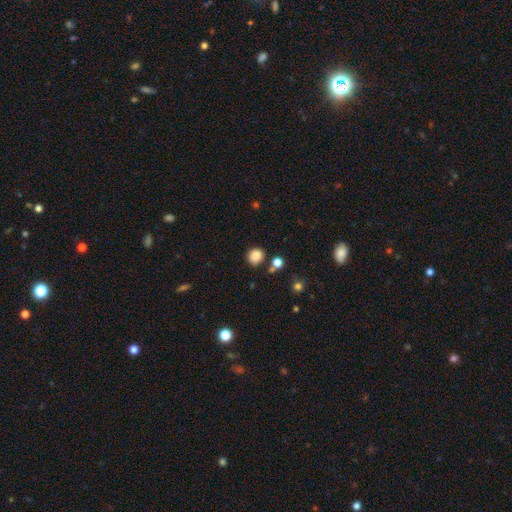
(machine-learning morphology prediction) This appears to be a smooth galaxy with no disk features (85%) that is round (79%). Merging: none (76%).